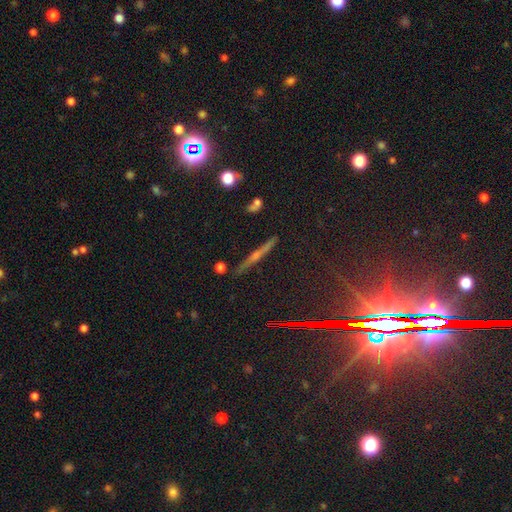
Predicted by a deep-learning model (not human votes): This is likely a featured or disk galaxy (64%). It is clearly viewed edge-on (96%). Edge-on bulge: likely rounded (68%). Merging: clearly none (87%).